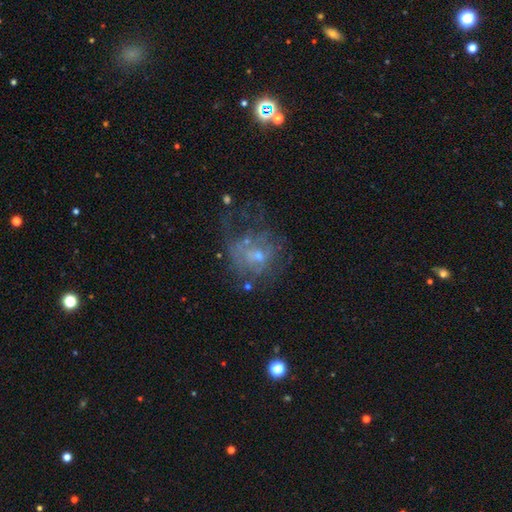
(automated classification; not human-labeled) This appears to be a featured or disk galaxy (61%) with no bar (80%), no spiral arms (63%) and a small central bulge (65%). Merging: major disturbance (38%).